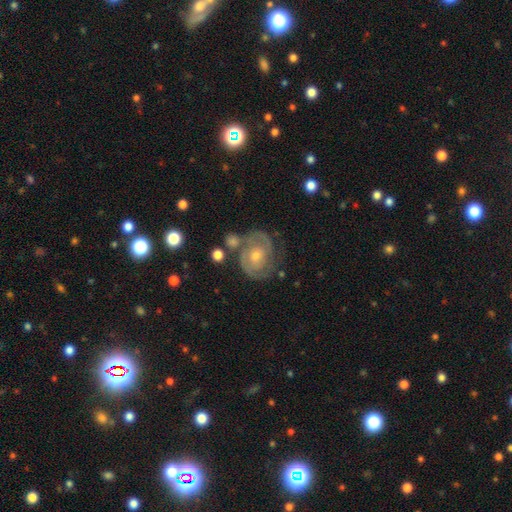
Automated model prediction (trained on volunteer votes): Smooth or featured?
  - featured or disk: 85% *
  - smooth: 8%
  - star or artifact: 6%
Edge-on disk?
  - no: 98% *
  - yes: 2%
Bar?
  - no: 67% *
  - weak: 27%
  - strong: 6%
Spiral arms?
  - yes: 95% *
  - no: 5%
Spiral winding?
  - tight: 62% *
  - medium: 31%
  - loose: 6%
Spiral arm count?
  - 2: 73% *
  - can't tell: 12%
  - 3: 7%
  - 1: 3%
  - 4: 2%
  - more than 4: 2%
Bulge size?
  - small: 48% *
  - moderate: 47%
  - large: 2%
  - none: 2%
  - dominant: 1%
Merging?
  - none: 69% *
  - minor disturbance: 17%
  - major disturbance: 8%
  - merger: 7%